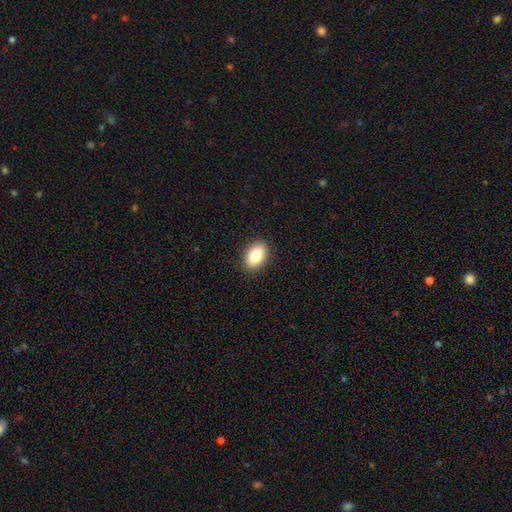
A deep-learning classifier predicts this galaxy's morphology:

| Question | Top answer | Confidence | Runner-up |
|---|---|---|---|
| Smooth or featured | smooth | 85% | featured or disk (8%) |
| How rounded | in between | 88% | round (11%) |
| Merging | none | 89% | minor disturbance (8%) |